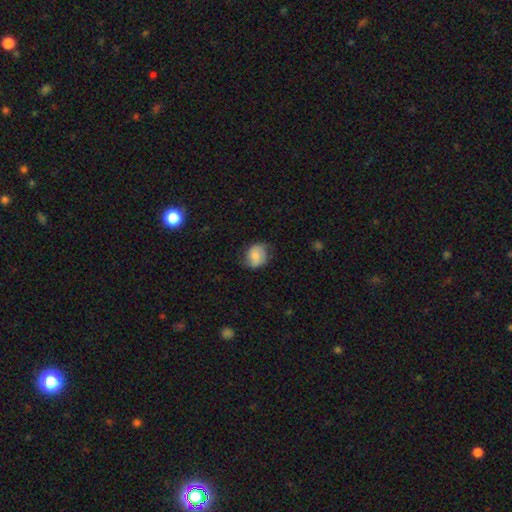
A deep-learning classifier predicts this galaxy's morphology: smooth 65%, featured or disk 27%, star or artifact 8%. Down the decision tree: how rounded — round (65%); merging — none (64%).